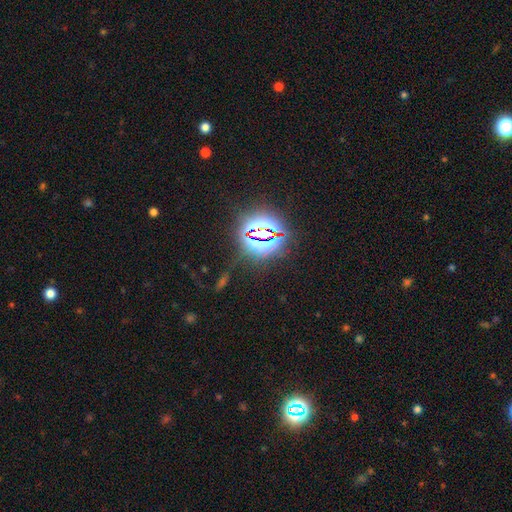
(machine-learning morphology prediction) type=star or artifact (83%).